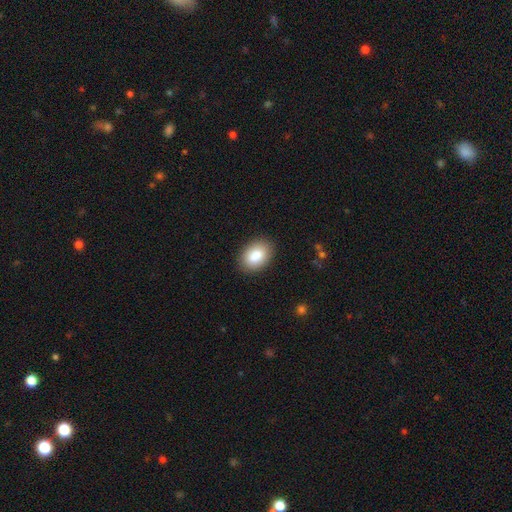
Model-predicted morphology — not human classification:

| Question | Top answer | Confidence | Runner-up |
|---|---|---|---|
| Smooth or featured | smooth | 85% | featured or disk (8%) |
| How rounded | in between | 84% | round (15%) |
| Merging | none | 87% | minor disturbance (10%) |